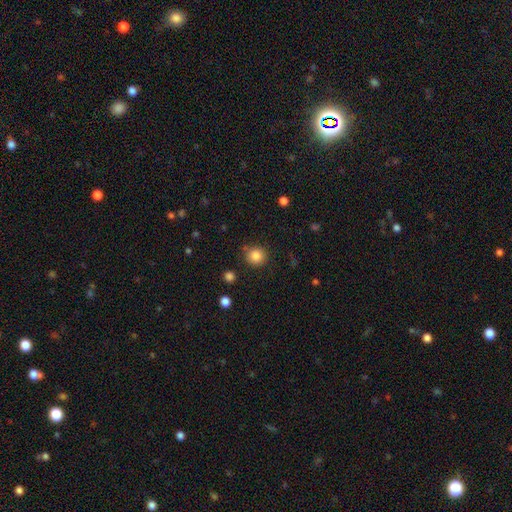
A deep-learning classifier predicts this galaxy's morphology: This appears to be a smooth galaxy with no disk features (86%) that is round (92%). Merging: none (84%).